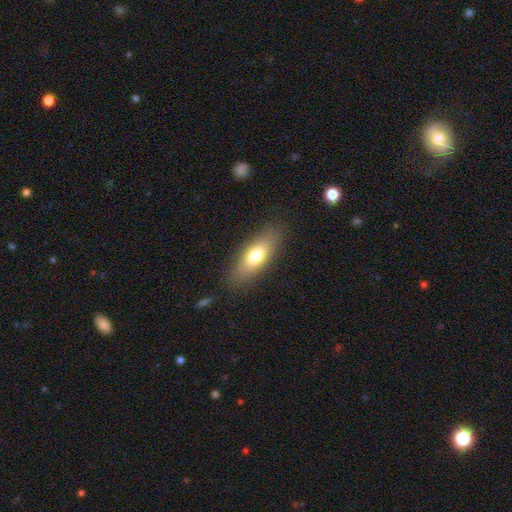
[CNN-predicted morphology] smooth 71%, featured or disk 21%, star or artifact 7%. Down the decision tree: how rounded — in between (70%); merging — none (85%).